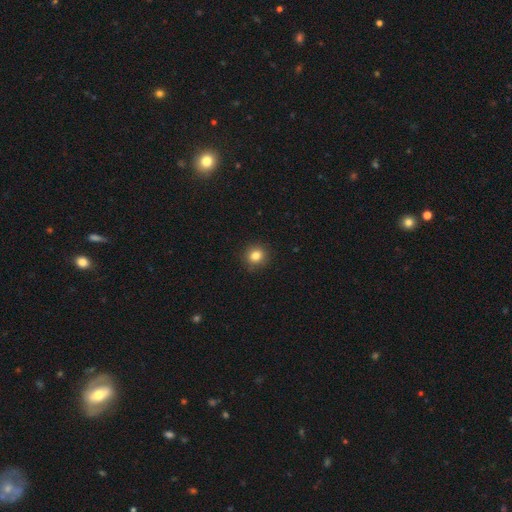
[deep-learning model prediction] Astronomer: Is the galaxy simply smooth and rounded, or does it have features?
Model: smooth — 83%.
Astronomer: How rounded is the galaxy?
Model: round — 86%.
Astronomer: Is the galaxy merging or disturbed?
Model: none — 91%.